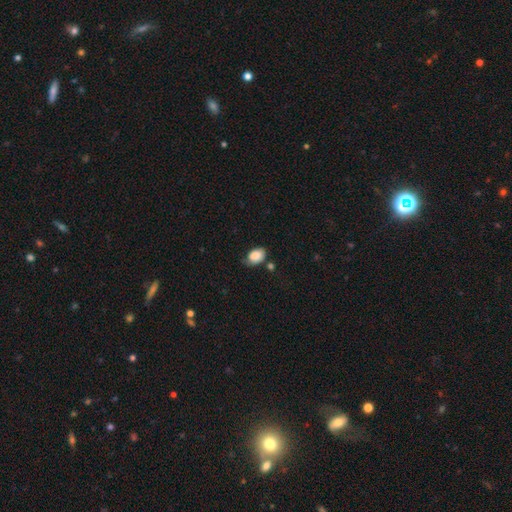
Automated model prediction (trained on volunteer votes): This is clearly a smooth galaxy (84%). How rounded: clearly in between (85%). Merging: possibly none (55%).